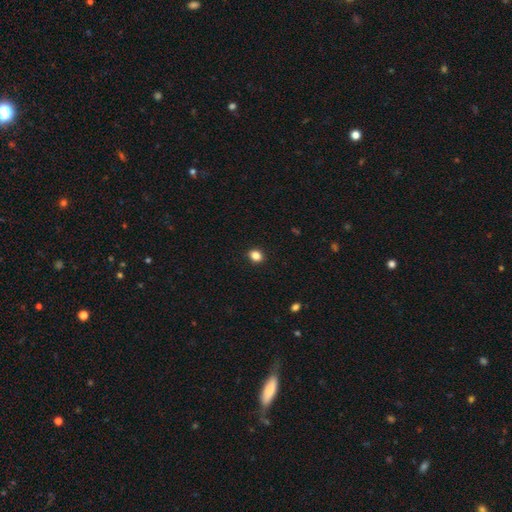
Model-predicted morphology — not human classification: smooth 85%, star or artifact 11%, featured or disk 4%. Down the decision tree: how rounded — round (54%); merging — none (90%).